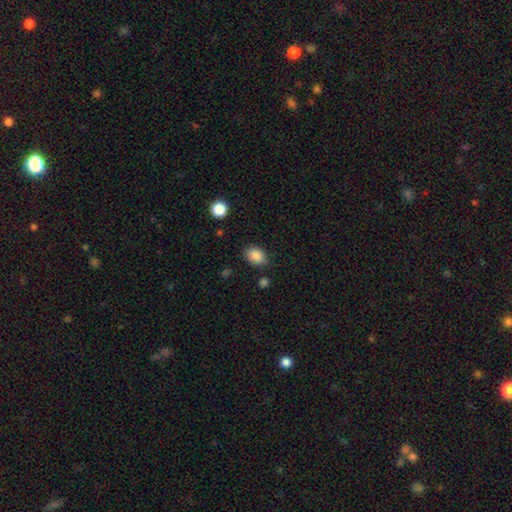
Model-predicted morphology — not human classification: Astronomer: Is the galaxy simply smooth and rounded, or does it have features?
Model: smooth — 87%.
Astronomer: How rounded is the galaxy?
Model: in between — 59% (runner-up: round, 40%).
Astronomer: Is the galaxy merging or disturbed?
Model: none — 77%.